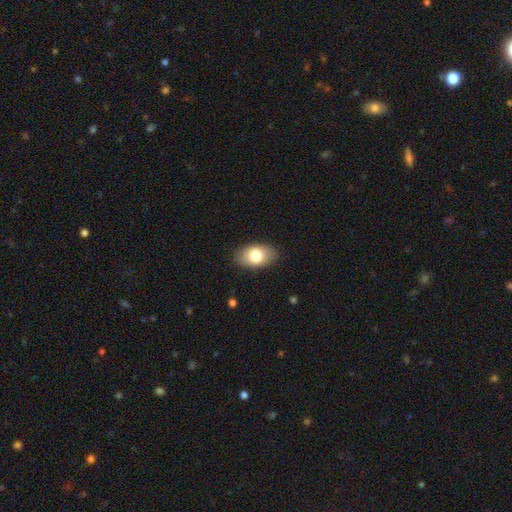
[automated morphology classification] Q: Smooth or featured?
A: smooth (78%); runner-up: featured or disk (14%)
Q: How rounded?
A: in between (90%); runner-up: round (8%)
Q: Merging?
A: none (86%); runner-up: minor disturbance (11%)